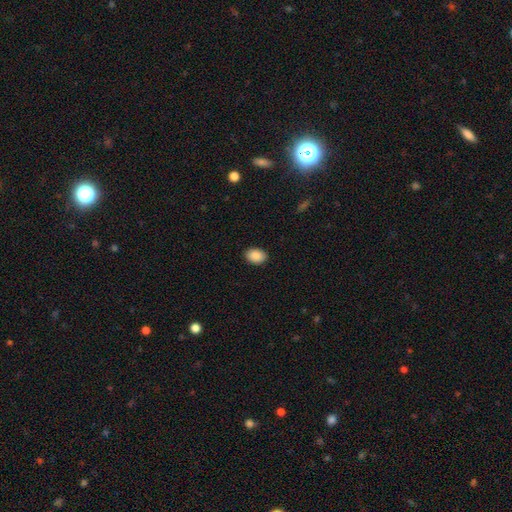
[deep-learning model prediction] Morphology: type=smooth (89%); roundness=in between (79%); merging=none (90%).